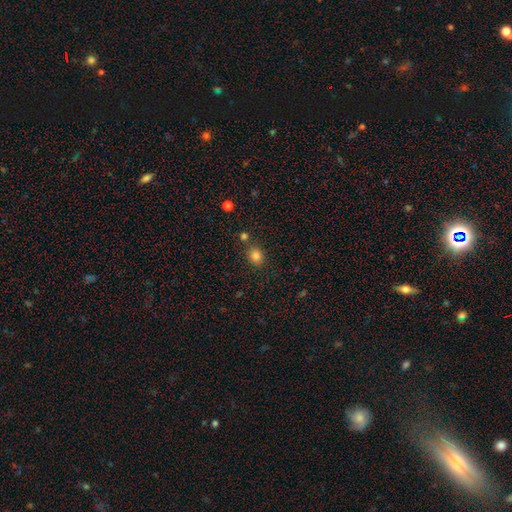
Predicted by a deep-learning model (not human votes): smooth-or-featured: smooth: 83% | star or artifact: 13% | featured or disk: 5%
  how-rounded: round: 65% | in between: 34% | cigar-shaped: 1%
  merging: none: 76% | minor disturbance: 11% | merger: 9% | major disturbance: 4%